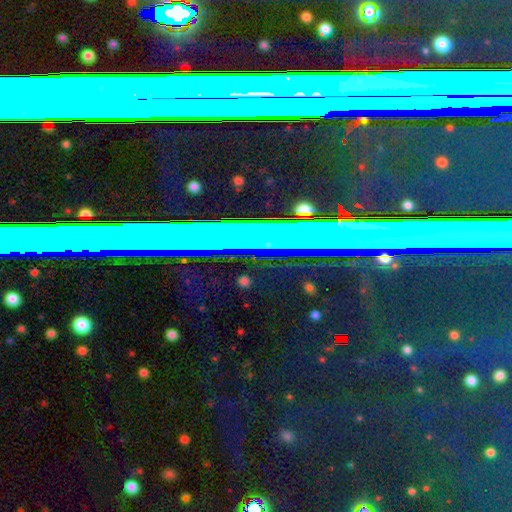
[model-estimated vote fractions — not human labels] Morphology: type=star or artifact (74%).